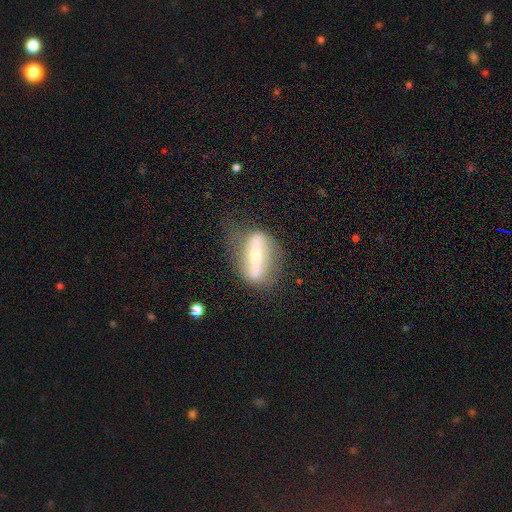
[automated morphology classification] A featured or disk galaxy (77%) with a strong bar (82%), no spiral arms (53%) and a small central bulge (61%). Merging: none (65%).